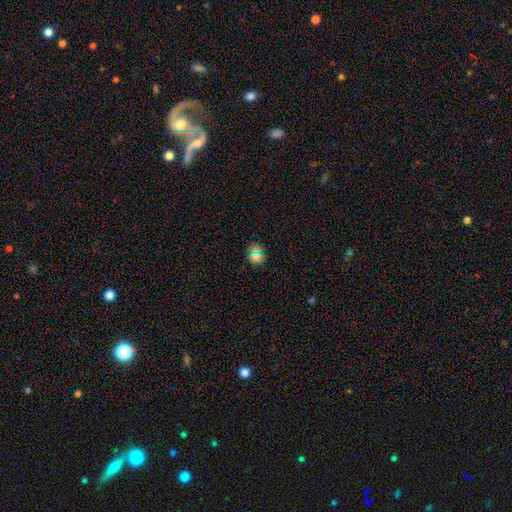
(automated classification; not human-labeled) A smooth galaxy with no disk features (69%) that is round (84%). Merging: none (87%).